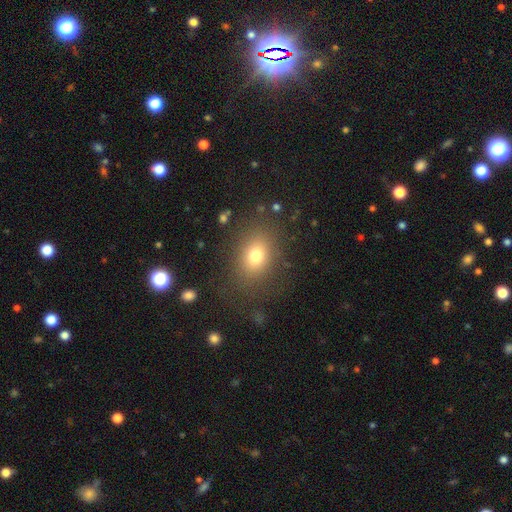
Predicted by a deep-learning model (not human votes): Morphology: type=smooth (75%); roundness=in between (61%); merging=none (79%).